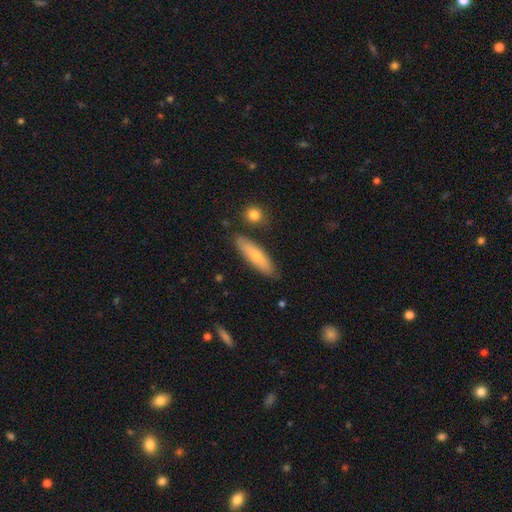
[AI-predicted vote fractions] Smooth or featured?
  - smooth: 69% *
  - featured or disk: 25%
  - star or artifact: 6%
How rounded?
  - cigar-shaped: 64% *
  - in between: 34%
  - round: 2%
Merging?
  - none: 82% *
  - minor disturbance: 13%
  - merger: 3%
  - major disturbance: 2%